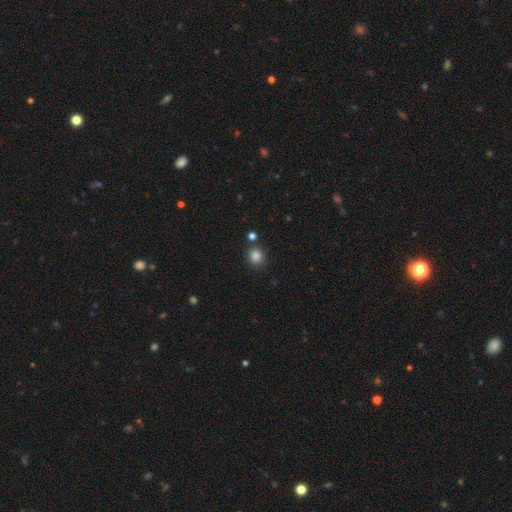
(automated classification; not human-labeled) Smooth or featured? Predicted: smooth (p=0.84). How rounded? Predicted: round (p=0.82). Merging? Predicted: none (p=0.82).